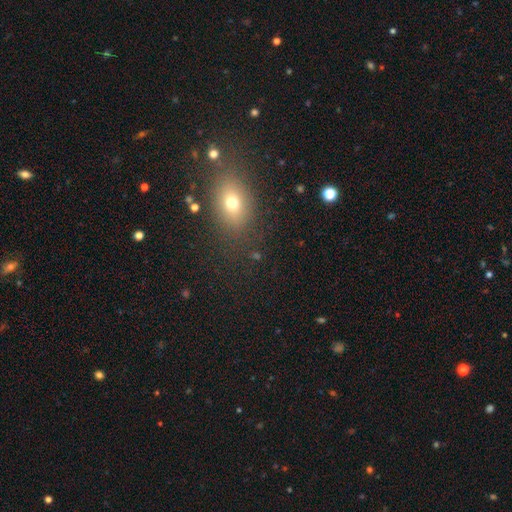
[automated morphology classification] This is likely a smooth galaxy (62%). How rounded: likely in between (62%). Merging: likely none (80%).